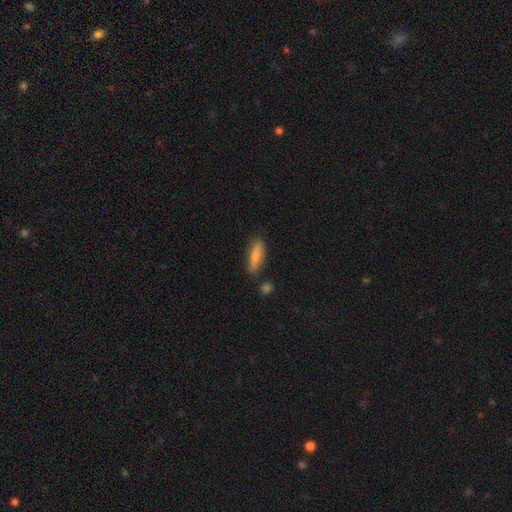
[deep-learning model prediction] This appears to be a smooth galaxy with no disk features (79%) that is in between round and cigar-shaped (51%). Merging: none (76%).